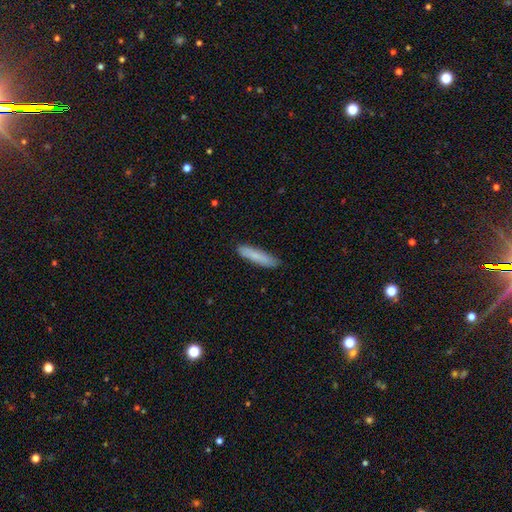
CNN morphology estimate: The model was most divided on "smooth or featured": smooth: 80%, featured or disk: 14%, star or artifact: 6%. More confident: merging — none (86%); how rounded — cigar-shaped (85%).